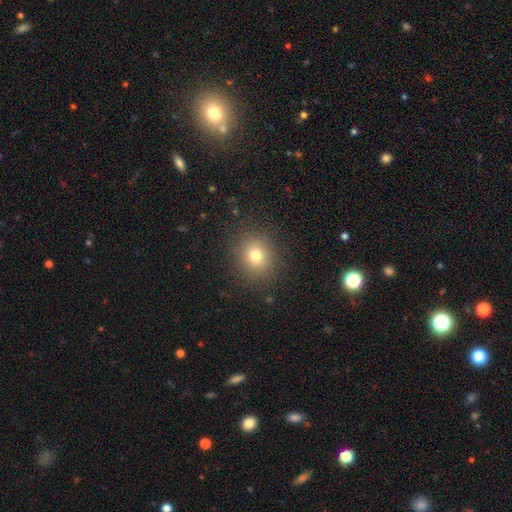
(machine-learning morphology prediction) smooth_or_featured: smooth (p=0.76) [alt: star or artifact p=0.15]
how_rounded: round (p=0.75) [alt: in between p=0.24]
merging: none (p=0.88) [alt: minor disturbance p=0.08]